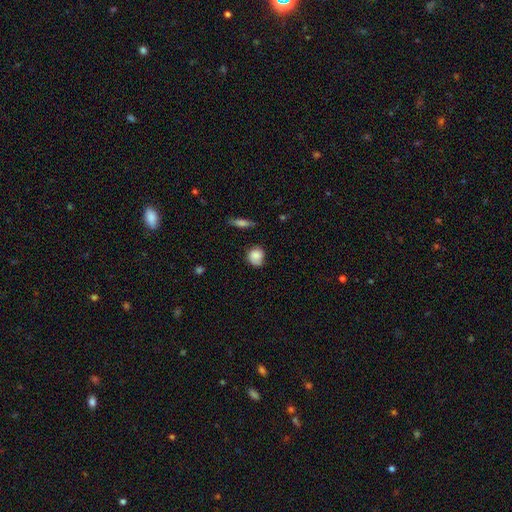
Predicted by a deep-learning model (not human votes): smooth_or_featured: smooth (p=0.80) [alt: featured or disk p=0.12]
how_rounded: round (p=0.74) [alt: in between p=0.24]
merging: none (p=0.61) [alt: minor disturbance p=0.30]